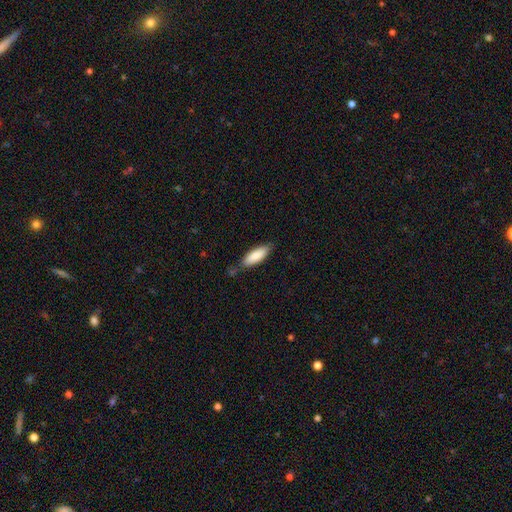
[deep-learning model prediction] A smooth galaxy with no disk features (84%) that is in between round and cigar-shaped (58%).

Vote fractions:
- Smooth or featured? smooth: 84% / featured or disk: 10% / star or artifact: 6%
- How rounded? in between: 58% / cigar-shaped: 41% / round: 2%
- Merging? none: 68% / minor disturbance: 22% / merger: 5% / major disturbance: 4%